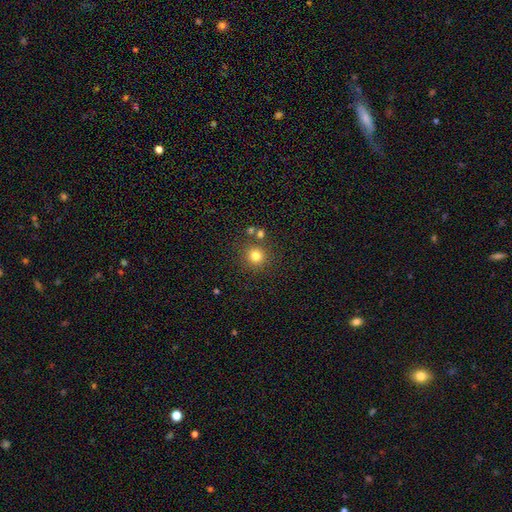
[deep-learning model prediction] Smooth or featured? Predicted: smooth (p=0.79). How rounded? Predicted: round (p=0.93). Merging? Predicted: none (p=0.81).